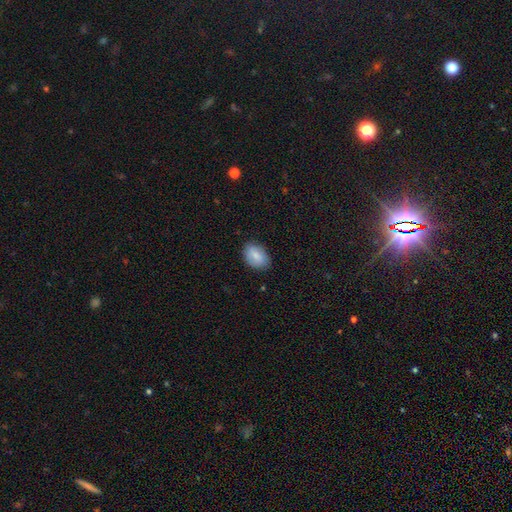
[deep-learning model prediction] Smooth or featured?
  - smooth: 85% *
  - featured or disk: 9%
  - star or artifact: 7%
How rounded?
  - in between: 88% *
  - round: 11%
  - cigar-shaped: 1%
Merging?
  - none: 82% *
  - minor disturbance: 15%
  - major disturbance: 3%
  - merger: 1%